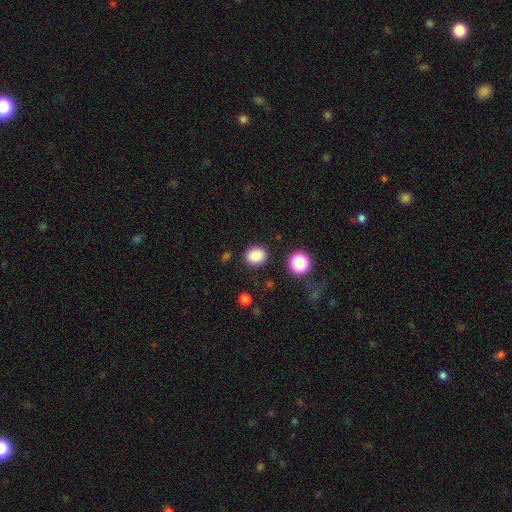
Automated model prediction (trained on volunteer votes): A smooth galaxy with no disk features (85%) that is round (59%). Merging: none (86%).